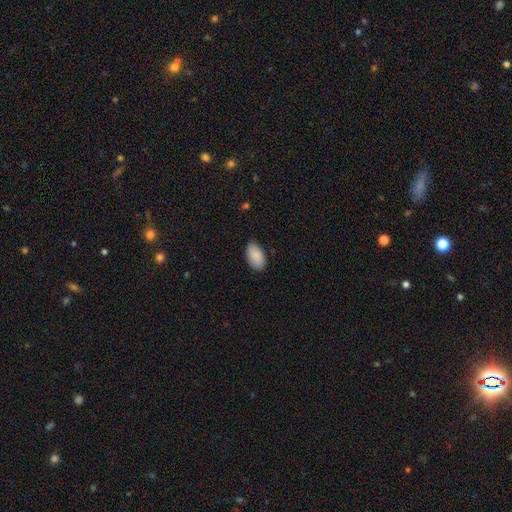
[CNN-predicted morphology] The model was most divided on "merging": none: 85%, minor disturbance: 12%, major disturbance: 2%, merger: 1%. More confident: how rounded — in between (95%); smooth or featured — smooth (90%).